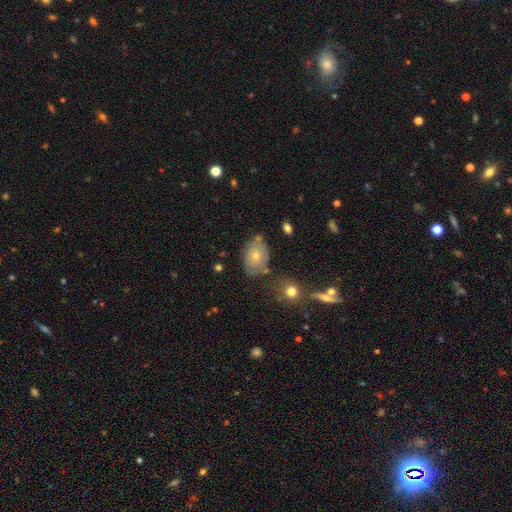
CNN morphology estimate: This is likely a smooth galaxy (68%). How rounded: likely in between (73%). Merging: likely none (66%).